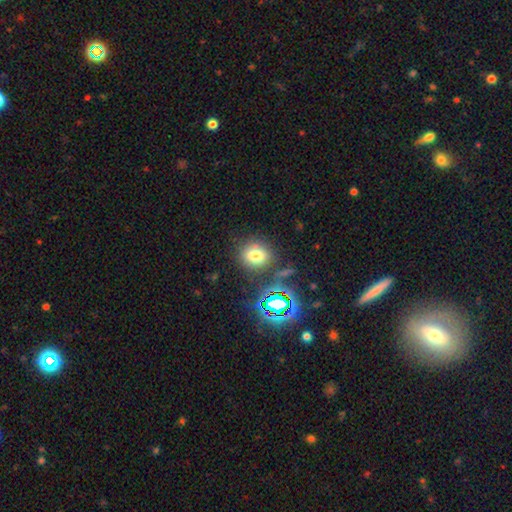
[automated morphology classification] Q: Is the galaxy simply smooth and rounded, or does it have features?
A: smooth — 69%.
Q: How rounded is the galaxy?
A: round — 63%.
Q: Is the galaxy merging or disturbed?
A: none — 78%.